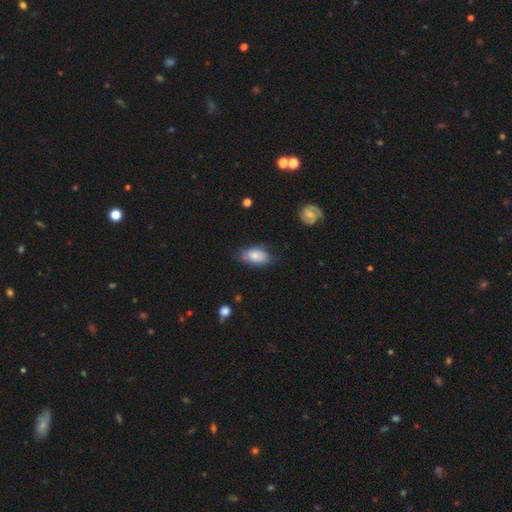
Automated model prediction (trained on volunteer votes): The model was most divided on "merging": none: 63%, minor disturbance: 28%, major disturbance: 7%, merger: 2%. More confident: how rounded — in between (92%); smooth or featured — smooth (76%).